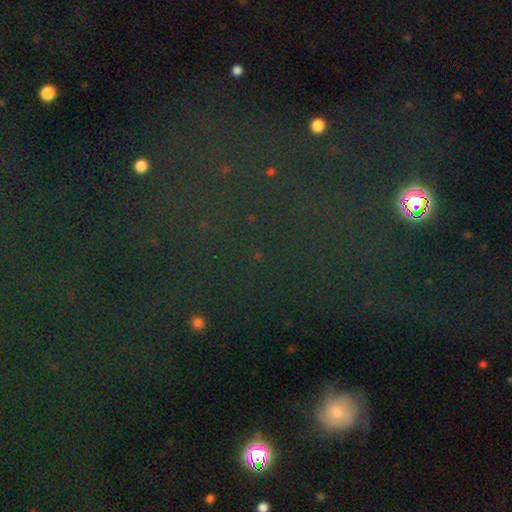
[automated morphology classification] Smooth or featured? Predicted: star or artifact (p=0.67).